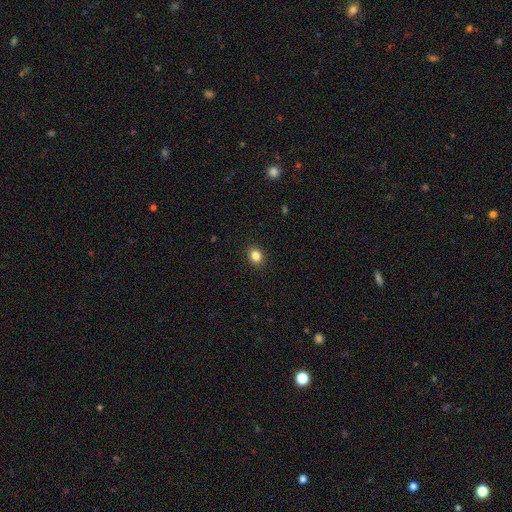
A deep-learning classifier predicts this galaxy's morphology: smooth_or_featured: smooth (p=0.84) [alt: star or artifact p=0.11]
how_rounded: round (p=0.59) [alt: in between p=0.40]
merging: none (p=0.91) [alt: minor disturbance p=0.06]